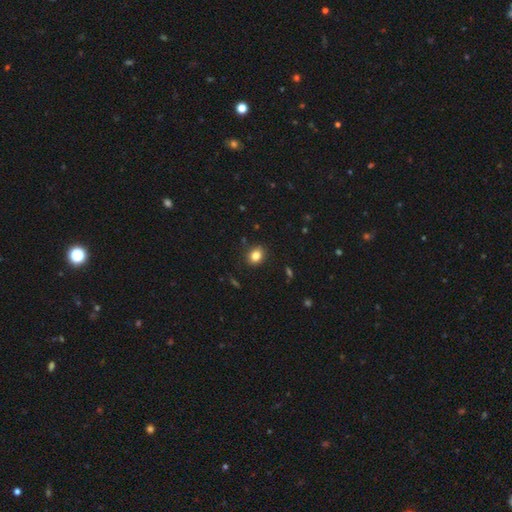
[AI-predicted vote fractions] The model was most divided on "how rounded": round: 52%, in between: 47%, cigar-shaped: 1%. More confident: merging — none (88%); smooth or featured — smooth (83%).